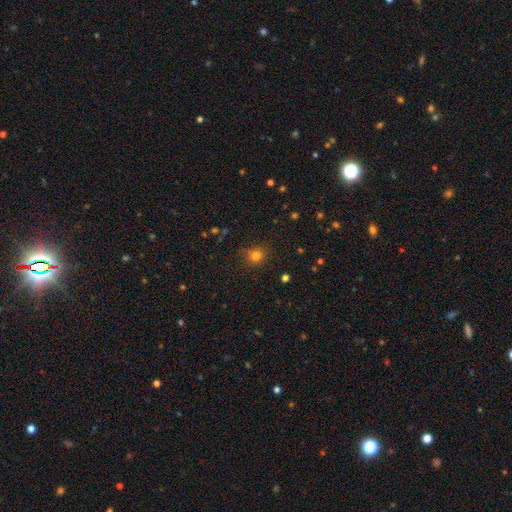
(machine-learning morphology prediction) A smooth galaxy with no disk features (79%) that is round (84%).

Vote fractions:
- Smooth or featured? smooth: 79% / star or artifact: 15% / featured or disk: 6%
- How rounded? round: 84% / in between: 15% / cigar-shaped: 1%
- Merging? none: 84% / minor disturbance: 11% / major disturbance: 3% / merger: 2%